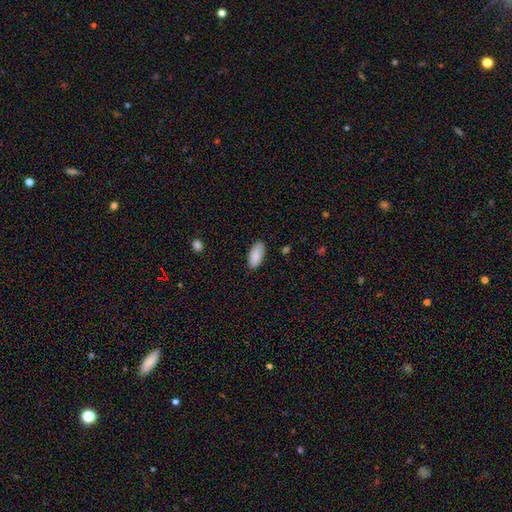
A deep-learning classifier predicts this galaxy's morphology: Smooth or featured? Predicted: smooth (p=0.87). How rounded? Predicted: in between (p=0.92). Merging? Predicted: none (p=0.86).